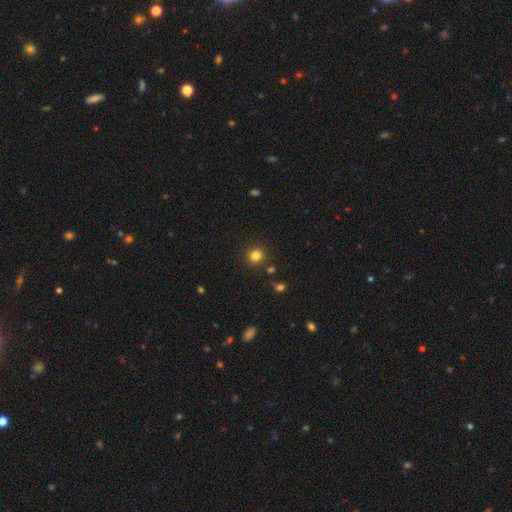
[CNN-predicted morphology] smooth 81%, star or artifact 14%, featured or disk 5%. Down the decision tree: how rounded — round (91%); merging — none (88%).